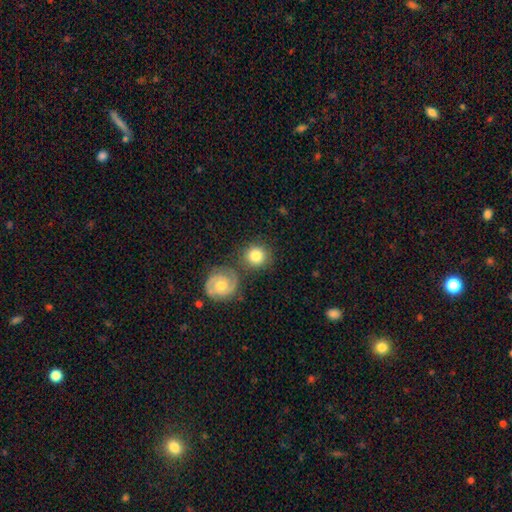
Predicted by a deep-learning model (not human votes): smooth 75%, featured or disk 18%, star or artifact 7%. Down the decision tree: how rounded — round (88%); merging — none (69%).